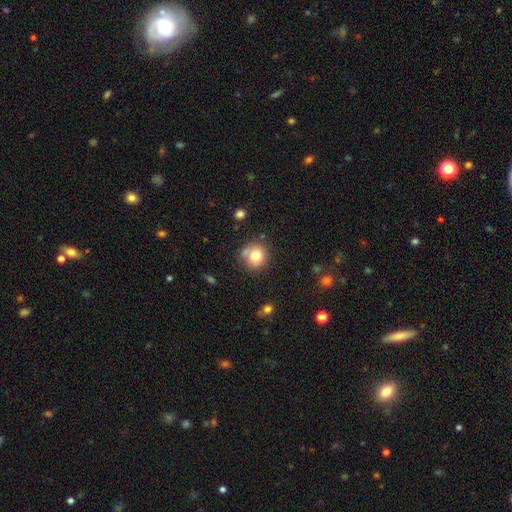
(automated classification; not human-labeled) A smooth galaxy with no disk features (78%) that is round (87%). Merging: none (68%).